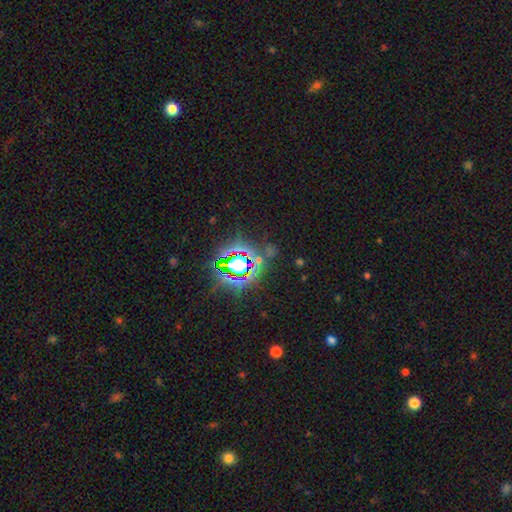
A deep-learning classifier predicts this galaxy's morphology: Q: Smooth or featured?
A: star or artifact (83%); runner-up: smooth (10%)